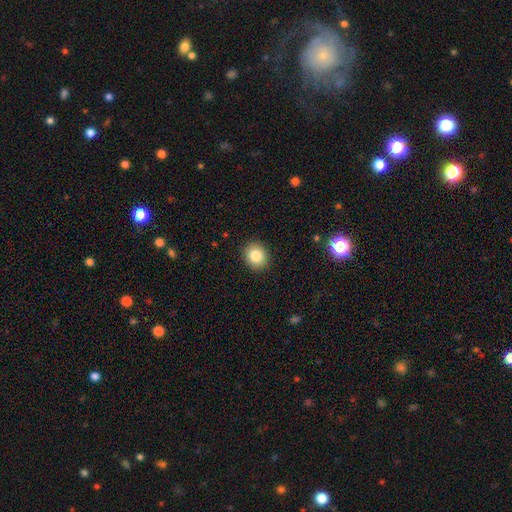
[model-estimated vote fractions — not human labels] A smooth galaxy with no disk features (83%) that is round (75%).

Vote fractions:
- Smooth or featured? smooth: 83% / star or artifact: 10% / featured or disk: 7%
- How rounded? round: 75% / in between: 24% / cigar-shaped: 1%
- Merging? none: 91% / minor disturbance: 6% / major disturbance: 2% / merger: 1%